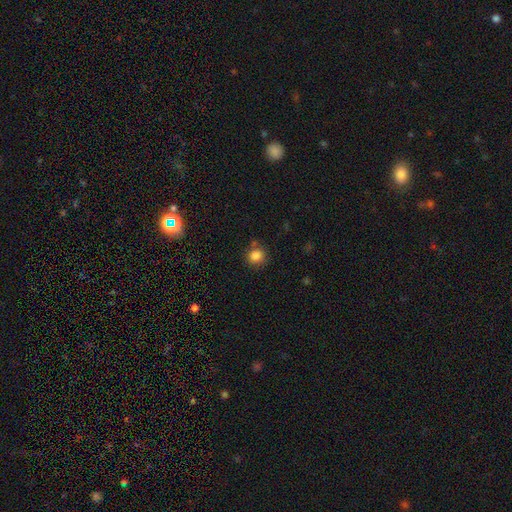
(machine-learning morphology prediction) This is clearly a smooth galaxy (84%). How rounded: clearly round (83%). Merging: likely none (76%).